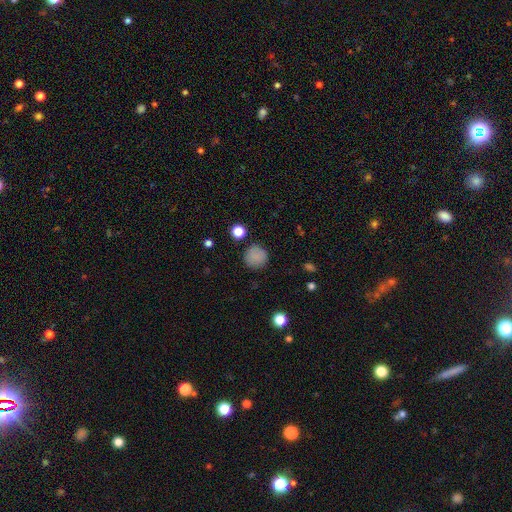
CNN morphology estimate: A smooth galaxy with no disk features (83%) that is round (93%).

Vote fractions:
- Smooth or featured? smooth: 83% / star or artifact: 12% / featured or disk: 5%
- How rounded? round: 93% / in between: 6% / cigar-shaped: 1%
- Merging? none: 85% / minor disturbance: 10% / major disturbance: 3% / merger: 2%